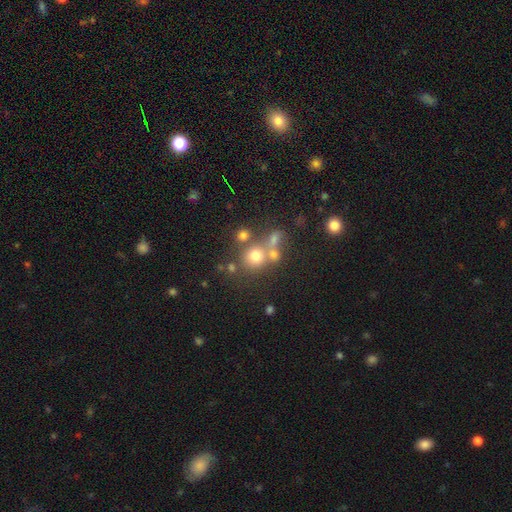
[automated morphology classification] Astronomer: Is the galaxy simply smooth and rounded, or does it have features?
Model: smooth — 69%.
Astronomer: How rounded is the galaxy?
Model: round — 84%.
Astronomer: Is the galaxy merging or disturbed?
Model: none — 56%.